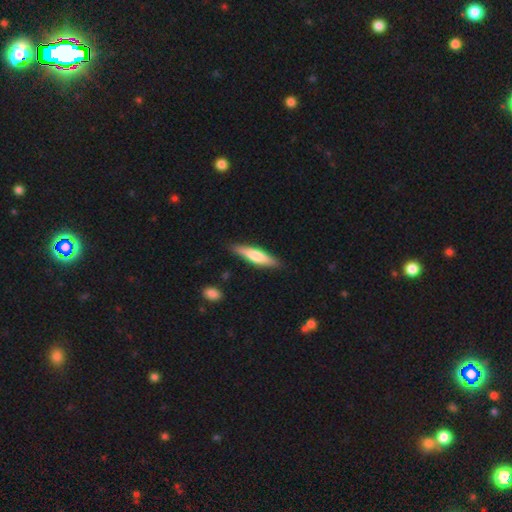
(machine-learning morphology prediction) Smooth or featured? smooth (60%)
How rounded? cigar-shaped (79%)
Merging? none (87%)